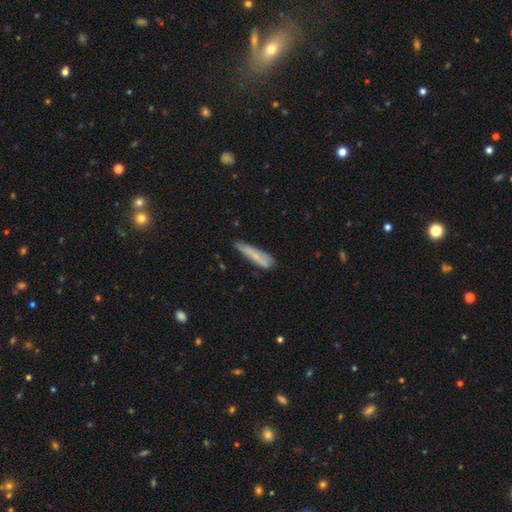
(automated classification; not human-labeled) Morphology: type=smooth (66%); roundness=cigar-shaped (84%); merging=none (64%).